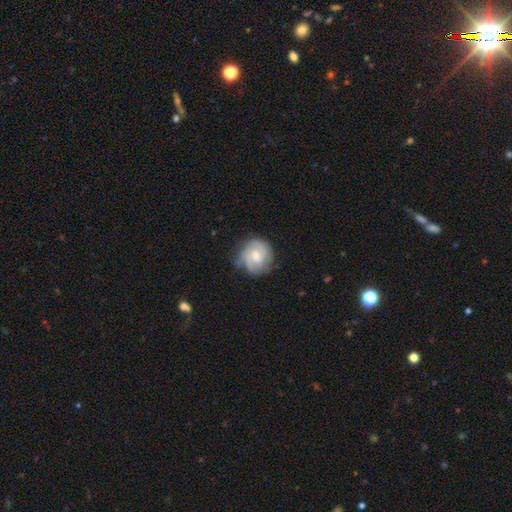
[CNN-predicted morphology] Q: Smooth or featured?
A: featured or disk (58%); runner-up: smooth (35%)
Q: Edge-on disk?
A: no (98%); runner-up: yes (2%)
Q: Bar?
A: no (51%); runner-up: weak (43%)
Q: Spiral arms?
A: yes (83%); runner-up: no (17%)
Q: Bulge size?
A: small (48%); runner-up: moderate (47%)
Q: Merging?
A: none (62%); runner-up: minor disturbance (26%)